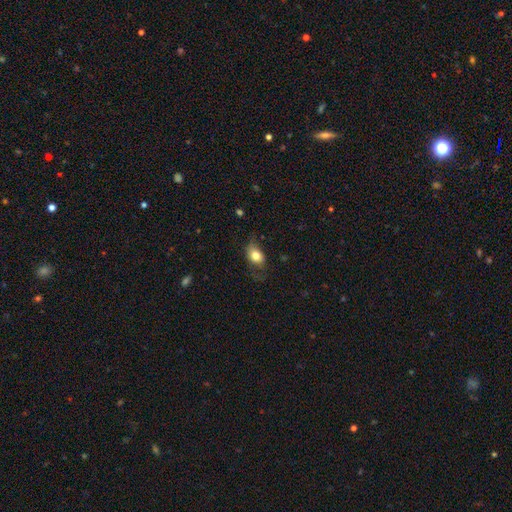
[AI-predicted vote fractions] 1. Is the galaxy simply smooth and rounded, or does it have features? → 77% smooth, 15% featured or disk, 8% star or artifact.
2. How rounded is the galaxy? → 77% in between, 21% round, 2% cigar-shaped.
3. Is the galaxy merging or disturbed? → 54% none, 29% minor disturbance, 16% major disturbance, 2% merger.